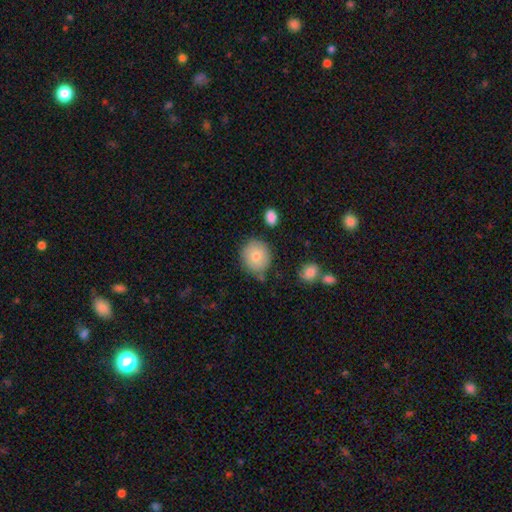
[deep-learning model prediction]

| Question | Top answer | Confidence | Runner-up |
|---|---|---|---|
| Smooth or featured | smooth | 78% | featured or disk (13%) |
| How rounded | round | 82% | in between (17%) |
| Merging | none | 73% | minor disturbance (18%) |